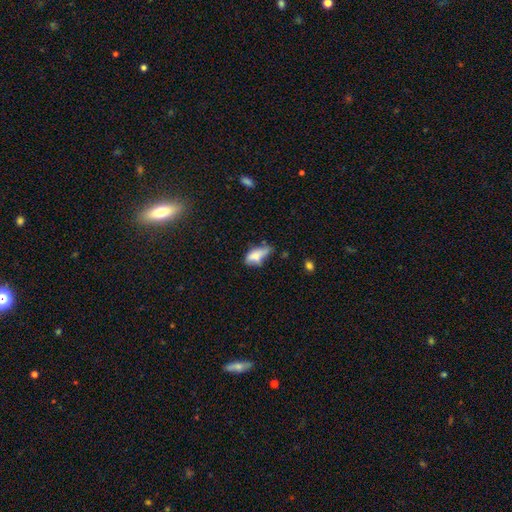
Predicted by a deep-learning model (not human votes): smooth-or-featured: smooth: 65% | featured or disk: 26% | star or artifact: 9%
  how-rounded: in between: 80% | cigar-shaped: 16% | round: 4%
  merging: minor disturbance: 35% | none: 33% | major disturbance: 21% | merger: 10%